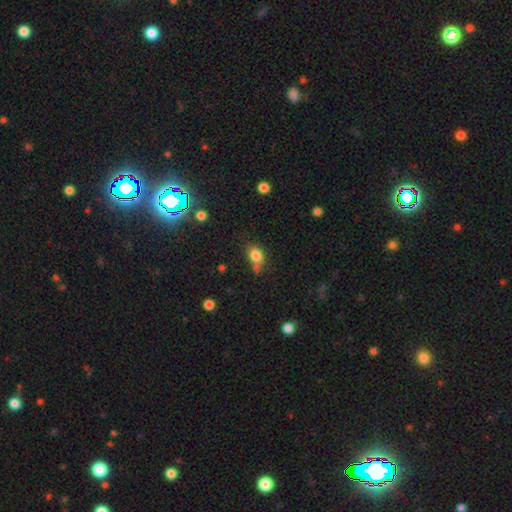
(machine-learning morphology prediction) Smooth or featured? Predicted: smooth (p=0.81). How rounded? Predicted: in between (p=0.54). Merging? Predicted: none (p=0.57).